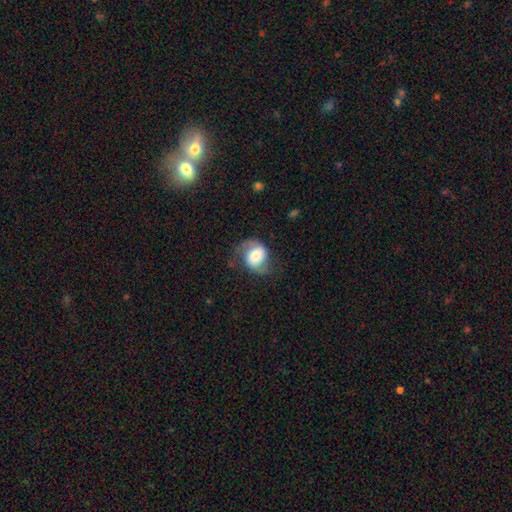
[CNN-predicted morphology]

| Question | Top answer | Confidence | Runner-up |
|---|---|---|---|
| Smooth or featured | featured or disk | 58% | smooth (35%) |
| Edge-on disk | no | 97% | yes (3%) |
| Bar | no | 41% | weak (38%) |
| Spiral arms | yes | 86% | no (14%) |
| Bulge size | moderate | 39% | large (31%) |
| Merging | none | 59% | minor disturbance (23%) |